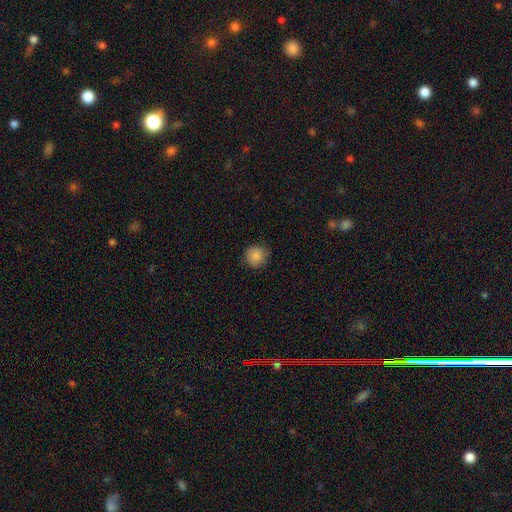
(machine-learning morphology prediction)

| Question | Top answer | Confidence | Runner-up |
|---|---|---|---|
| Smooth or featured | smooth | 88% | star or artifact (9%) |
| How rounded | round | 92% | in between (7%) |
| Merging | none | 86% | minor disturbance (11%) |